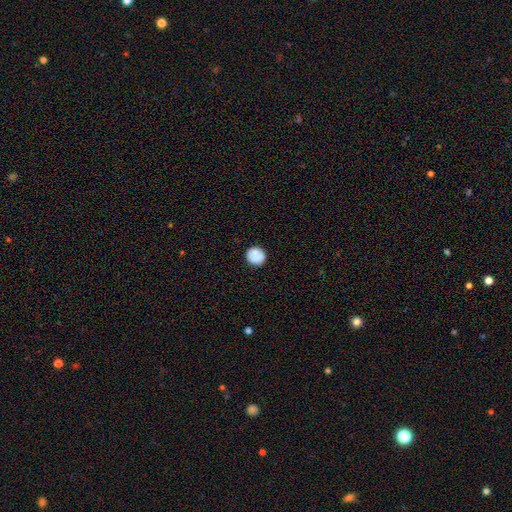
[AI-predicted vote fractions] The model was most divided on "merging": none: 85%, minor disturbance: 10%, major disturbance: 2%, merger: 2%. More confident: how rounded — round (88%); smooth or featured — smooth (85%).